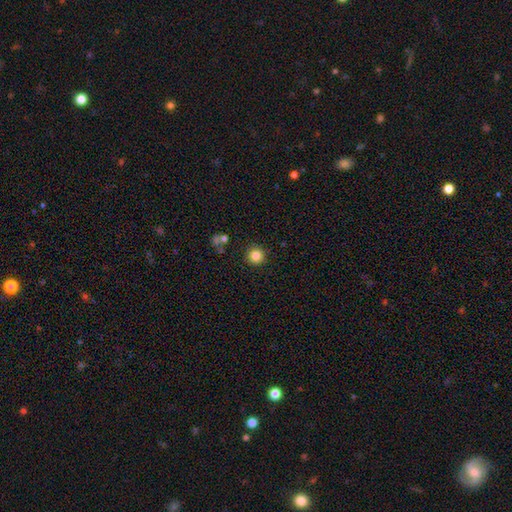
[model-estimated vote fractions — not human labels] The model was most divided on "smooth or featured": smooth: 84%, star or artifact: 11%, featured or disk: 5%. More confident: how rounded — round (95%); merging — none (90%).